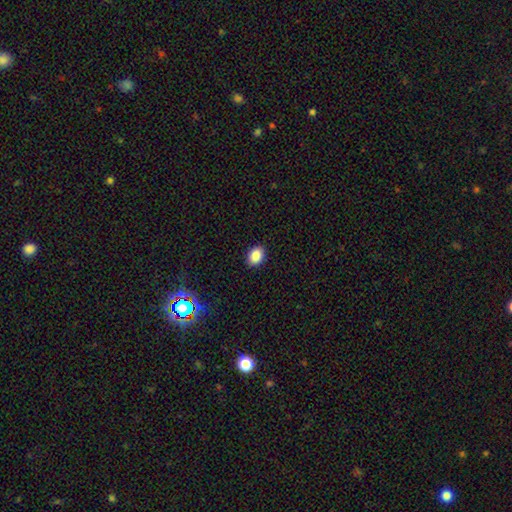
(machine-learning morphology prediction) The model was most divided on "how rounded": in between: 68%, round: 31%, cigar-shaped: 1%. More confident: merging — none (90%); smooth or featured — smooth (86%).